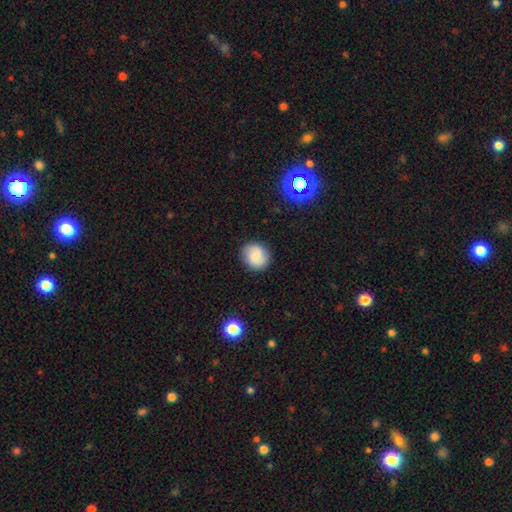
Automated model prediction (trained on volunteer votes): Q: Smooth or featured?
A: smooth (63%); runner-up: featured or disk (27%)
Q: How rounded?
A: round (80%); runner-up: in between (19%)
Q: Merging?
A: none (86%); runner-up: minor disturbance (10%)